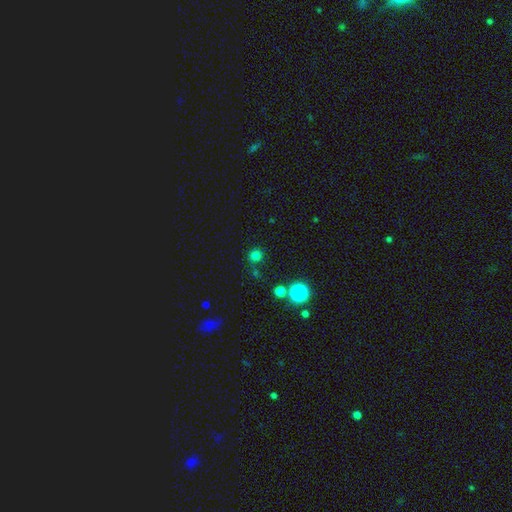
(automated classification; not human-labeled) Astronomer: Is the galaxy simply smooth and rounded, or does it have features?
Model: smooth — 73%.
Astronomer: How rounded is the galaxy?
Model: round — 92%.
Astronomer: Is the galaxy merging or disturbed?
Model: none — 75%.